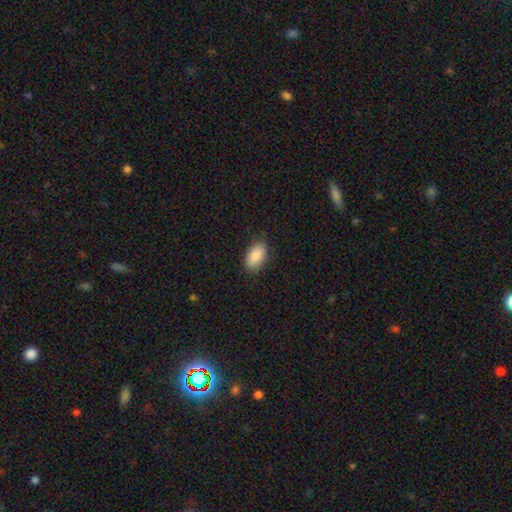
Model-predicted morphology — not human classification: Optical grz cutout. It shows a smooth galaxy with no disk features (88%) that is in between round and cigar-shaped (94%). Merging: none (85%).